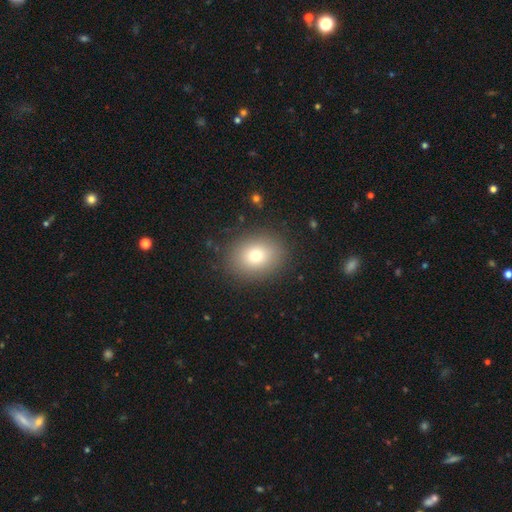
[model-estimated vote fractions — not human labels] This appears to be a smooth galaxy with no disk features (76%) that is round (53%). Merging: none (87%).